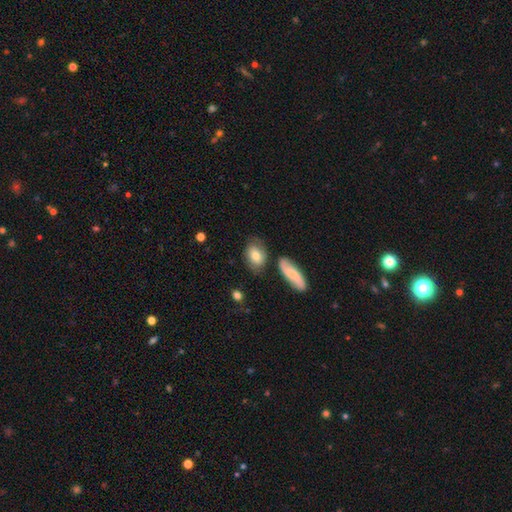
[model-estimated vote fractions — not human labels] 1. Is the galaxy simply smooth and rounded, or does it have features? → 73% smooth, 19% featured or disk, 7% star or artifact.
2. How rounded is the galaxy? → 78% in between, 19% round, 3% cigar-shaped.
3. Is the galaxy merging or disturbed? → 65% none, 19% minor disturbance, 10% merger, 6% major disturbance.